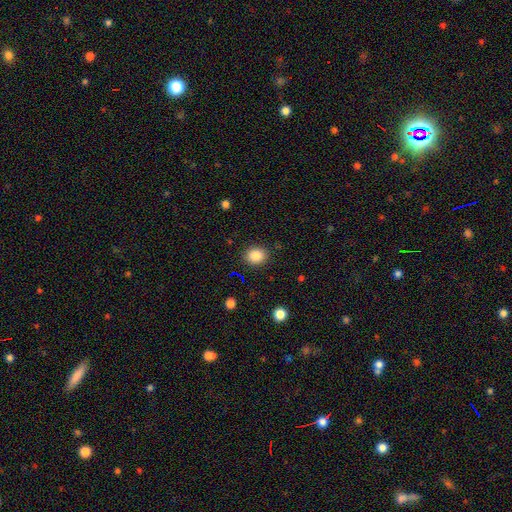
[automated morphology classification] Smooth or featured?
  - smooth: 85% *
  - star or artifact: 10%
  - featured or disk: 5%
How rounded?
  - round: 62% *
  - in between: 37%
  - cigar-shaped: 1%
Merging?
  - none: 88% *
  - minor disturbance: 8%
  - major disturbance: 3%
  - merger: 1%